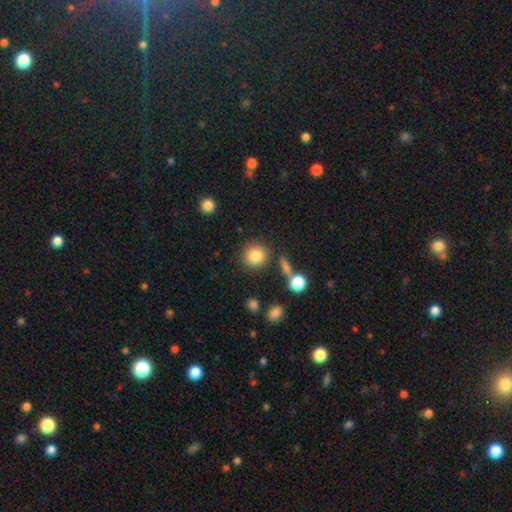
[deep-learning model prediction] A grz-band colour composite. It shows a smooth galaxy with no disk features (84%) that is round (89%). Merging: none (82%).